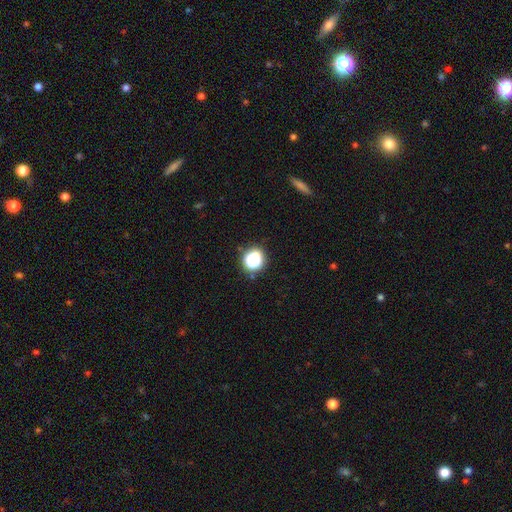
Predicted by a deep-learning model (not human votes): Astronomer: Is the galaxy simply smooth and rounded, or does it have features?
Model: smooth — 59%.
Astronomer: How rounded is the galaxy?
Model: round — 83%.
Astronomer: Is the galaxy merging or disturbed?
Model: none — 79%.